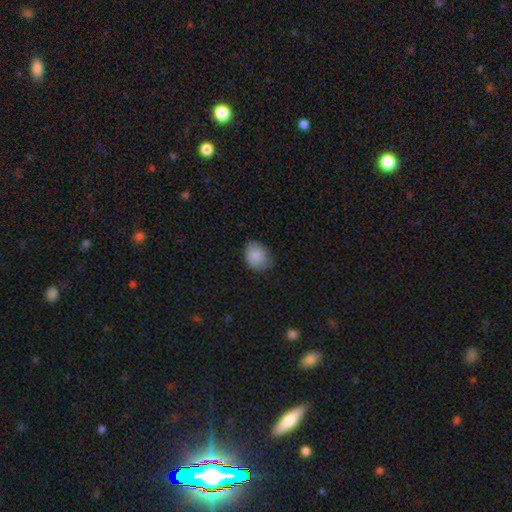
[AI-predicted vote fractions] Smooth or featured? Predicted: smooth (p=0.85). How rounded? Predicted: in between (p=0.60). Merging? Predicted: none (p=0.73).